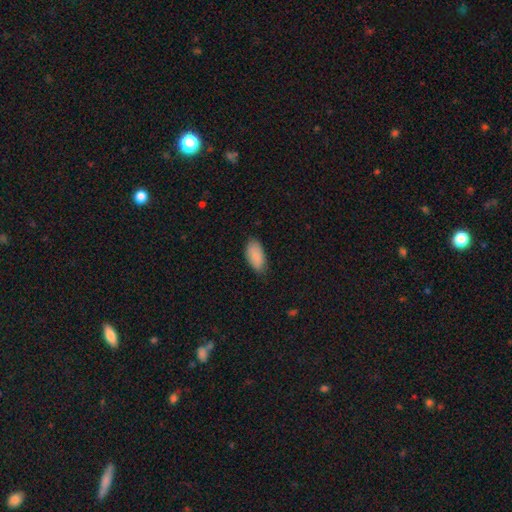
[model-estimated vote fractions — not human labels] Morphology: type=smooth (88%); roundness=in between (94%); merging=none (77%).